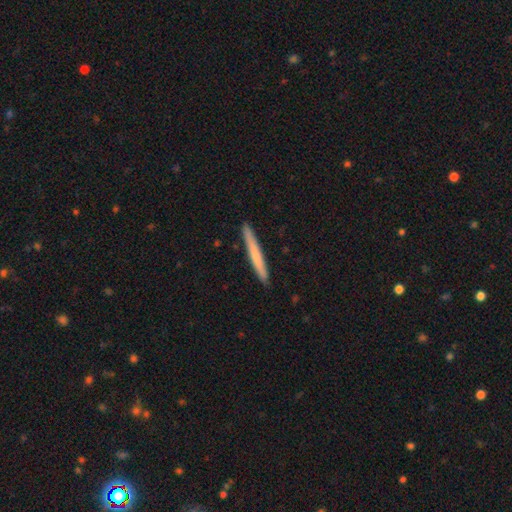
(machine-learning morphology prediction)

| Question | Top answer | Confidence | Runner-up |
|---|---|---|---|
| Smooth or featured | smooth | 63% | featured or disk (32%) |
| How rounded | cigar-shaped | 97% | in between (2%) |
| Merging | none | 91% | minor disturbance (6%) |